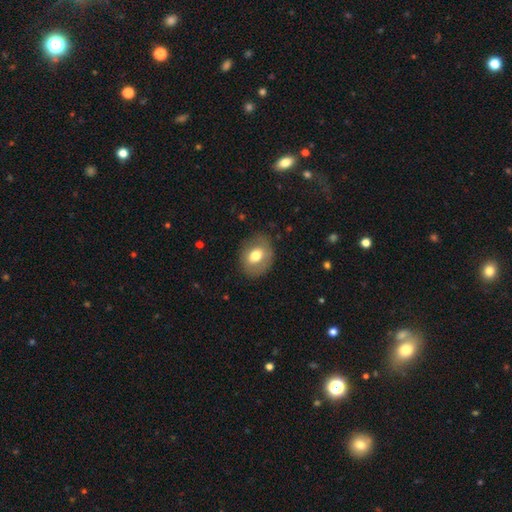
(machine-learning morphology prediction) A smooth galaxy with no disk features (68%) that is in between round and cigar-shaped (53%). Merging: none (79%).